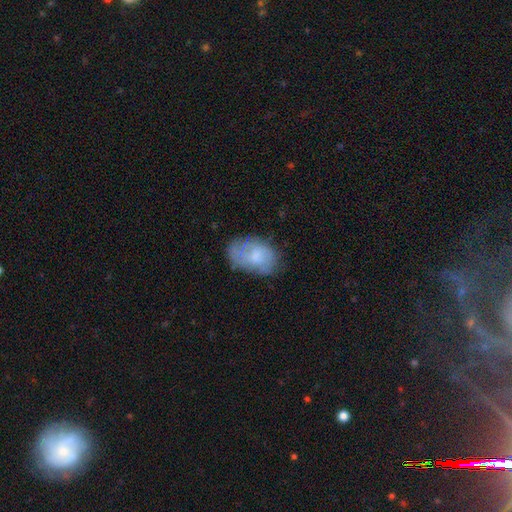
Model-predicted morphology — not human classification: Overall: smooth (55%; featured or disk 37%). How rounded: in between (88%). Merging: none (60%; minor disturbance 27%).